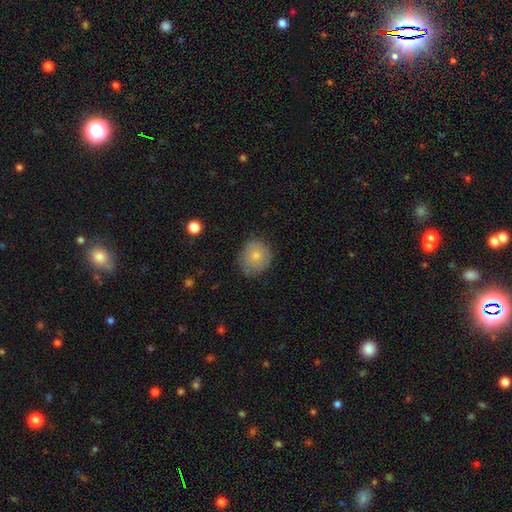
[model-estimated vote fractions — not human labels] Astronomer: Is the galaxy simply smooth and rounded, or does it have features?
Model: smooth — 74%.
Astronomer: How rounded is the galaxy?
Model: round — 84%.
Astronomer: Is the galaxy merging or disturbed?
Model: none — 73%.